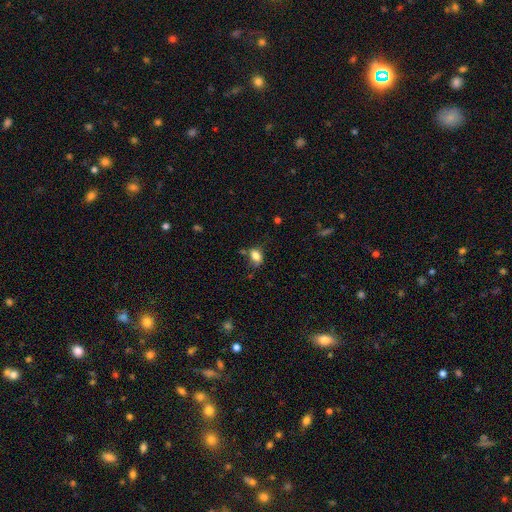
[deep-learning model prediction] Smooth or featured: smooth — 81% (star or artifact — 10%)
How rounded: in between — 79% (round — 19%)
Merging: none — 55% (minor disturbance — 28%)